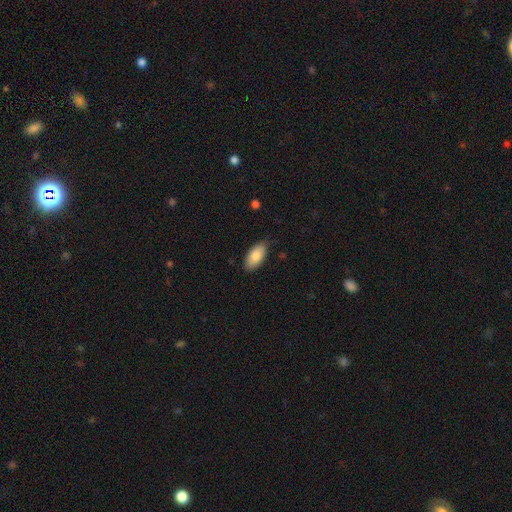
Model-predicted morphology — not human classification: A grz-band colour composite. It shows a smooth galaxy with no disk features (84%) that is in between round and cigar-shaped (94%). Merging: none (82%).